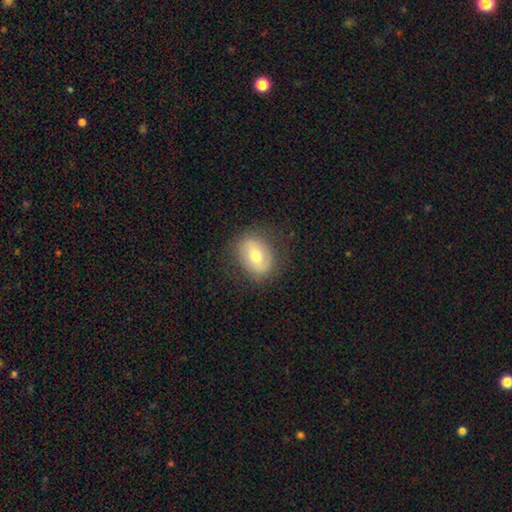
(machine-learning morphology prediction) smooth_or_featured: smooth (p=0.54) [alt: featured or disk p=0.38]
how_rounded: in between (p=0.56) [alt: round p=0.43]
merging: none (p=0.81) [alt: minor disturbance p=0.13]